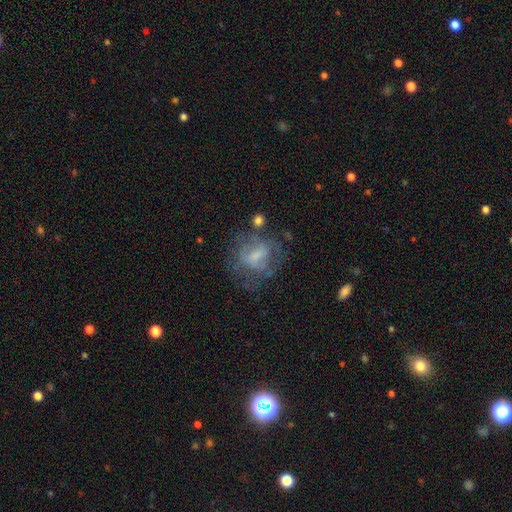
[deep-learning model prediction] Smooth or featured?
  - featured or disk: 52% *
  - smooth: 37%
  - star or artifact: 11%
Edge-on disk?
  - no: 96% *
  - yes: 4%
Merging?
  - none: 48% *
  - major disturbance: 25%
  - minor disturbance: 22%
  - merger: 5%